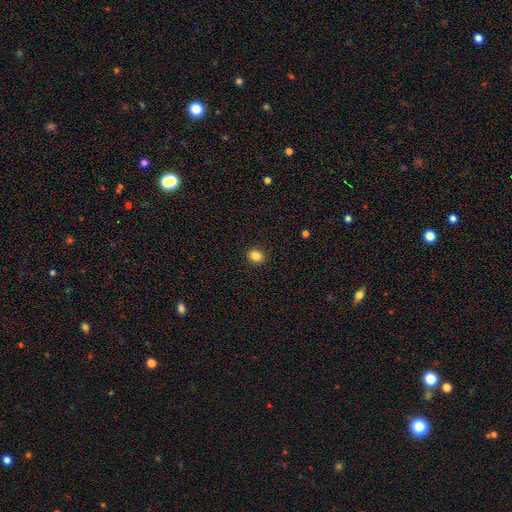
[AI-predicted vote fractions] Smooth or featured: smooth — 85% (star or artifact — 10%)
How rounded: round — 58% (in between — 41%)
Merging: none — 91% (minor disturbance — 6%)